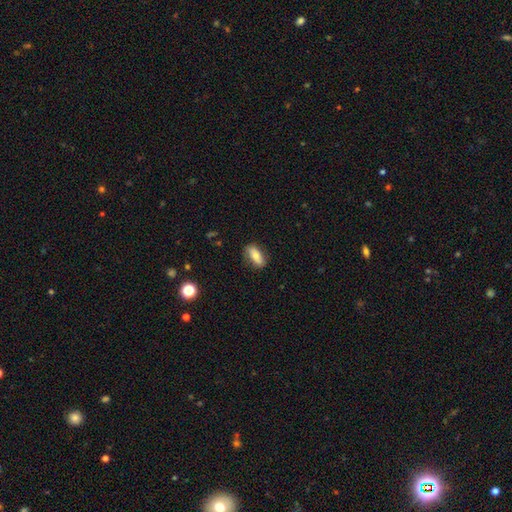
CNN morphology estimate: Overall: smooth (66%; featured or disk 27%). How rounded: in between (80%). Merging: none (80%).